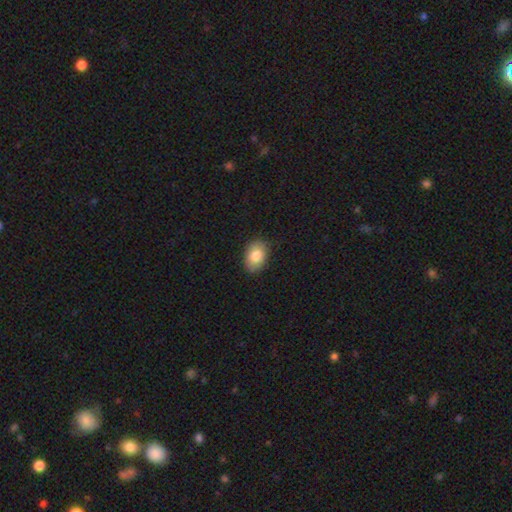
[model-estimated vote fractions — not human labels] Smooth or featured? Predicted: smooth (p=0.83). How rounded? Predicted: in between (p=0.85). Merging? Predicted: none (p=0.85).